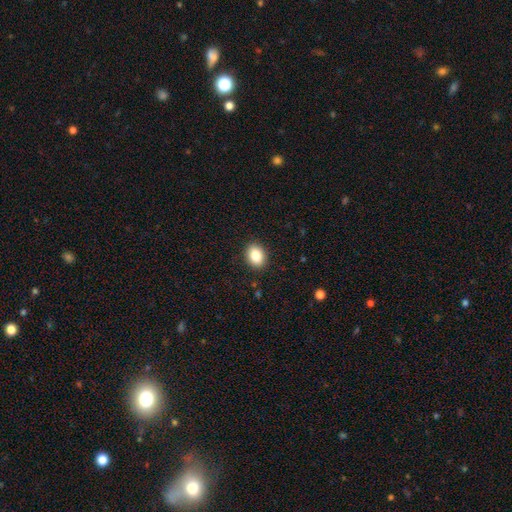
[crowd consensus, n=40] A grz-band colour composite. It shows a smooth galaxy with no disk features (82%) that is in between round and cigar-shaped (52%). Merging: none (86%).